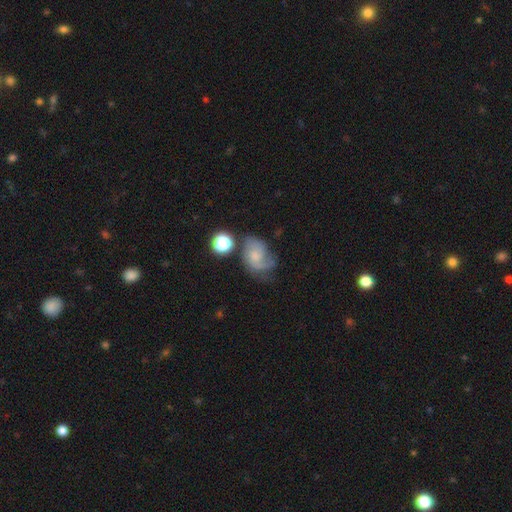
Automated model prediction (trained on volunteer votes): A featured or disk galaxy (55%) with no bar (71%), spiral arms (83%) and a small central bulge (39%).

Vote fractions:
- Smooth or featured? featured or disk: 55% / smooth: 34% / star or artifact: 12%
- Edge-on disk? no: 97% / yes: 3%
- Bar? no: 71% / weak: 25% / strong: 4%
- Spiral arms? yes: 83% / no: 17%
- Bulge size? small: 39% / none: 27% / moderate: 25% / large: 6% / dominant: 2%
- Merging? none: 37% / major disturbance: 27% / minor disturbance: 26% / merger: 9%